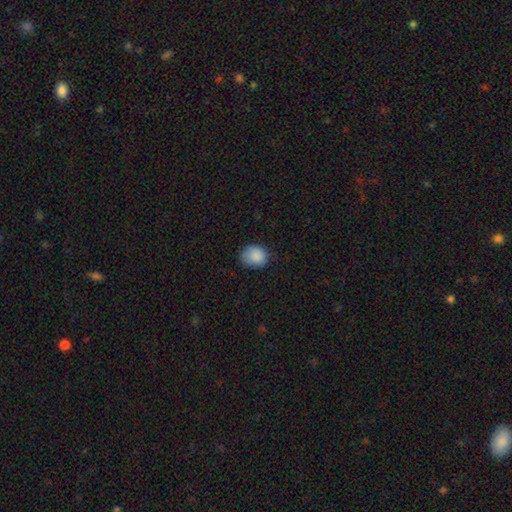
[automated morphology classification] Smooth or featured?
  - smooth: 88% *
  - star or artifact: 8%
  - featured or disk: 4%
How rounded?
  - round: 59% *
  - in between: 40%
  - cigar-shaped: 1%
Merging?
  - none: 71% *
  - minor disturbance: 23%
  - major disturbance: 4%
  - merger: 1%